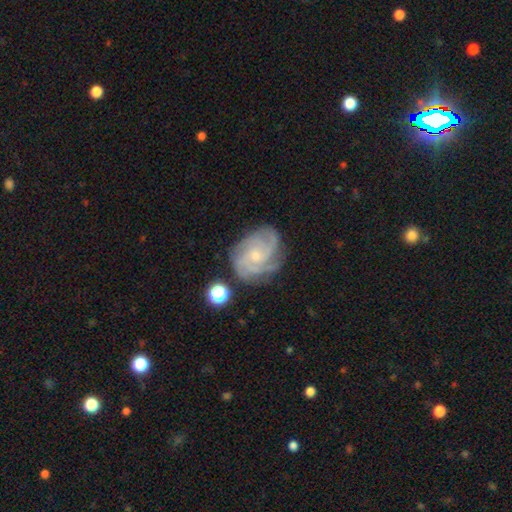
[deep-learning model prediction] smooth-or-featured: featured or disk: 85% | smooth: 9% | star or artifact: 7%
  disk-edge-on: no: 98% | yes: 2%
    bar: no: 72% | weak: 25% | strong: 4%
    has-spiral-arms: yes: 97% | no: 3%
      spiral-winding: tight: 59% | medium: 34% | loose: 6%
      spiral-arm-count: 4: 35% | 3: 26% | can't tell: 17% | more than 4: 9% | 2: 8% | 1: 6%
    bulge-size: small: 69% | moderate: 27% | none: 3% | large: 1% | dominant: 1%
  merging: none: 75% | minor disturbance: 17% | major disturbance: 6% | merger: 2%